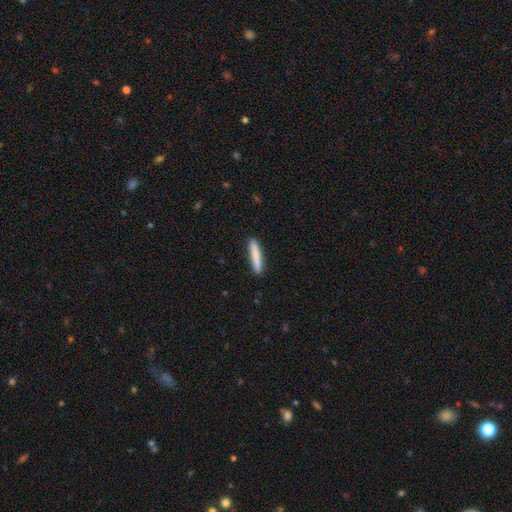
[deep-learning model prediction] Smooth or featured? smooth (83%)
How rounded? cigar-shaped (92%)
Merging? none (90%)